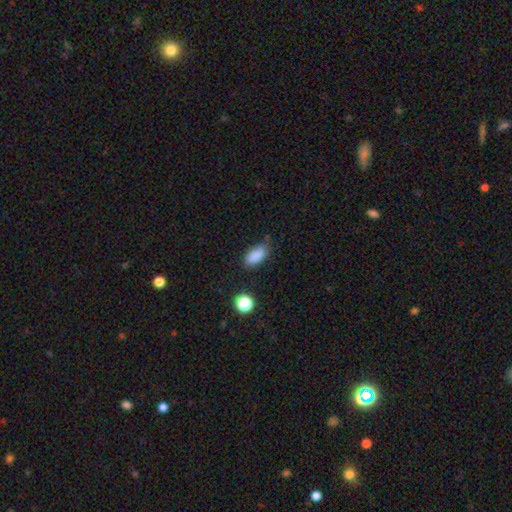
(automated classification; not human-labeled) A smooth galaxy with no disk features (86%) that is in between round and cigar-shaped (87%).

Vote fractions:
- Smooth or featured? smooth: 86% / star or artifact: 9% / featured or disk: 4%
- How rounded? in between: 87% / cigar-shaped: 9% / round: 4%
- Merging? none: 73% / minor disturbance: 19% / major disturbance: 4% / merger: 3%